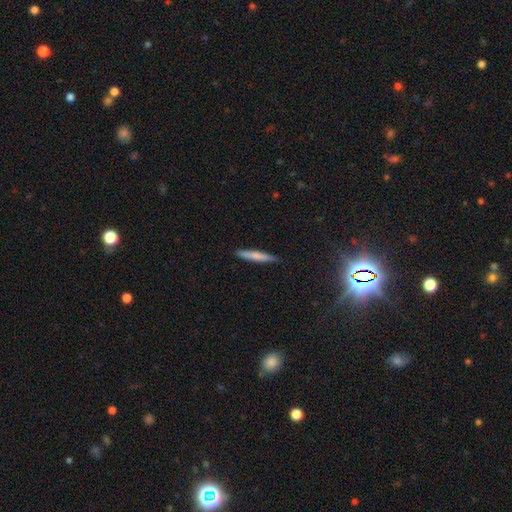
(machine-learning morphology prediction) Smooth or featured: smooth — 71% (featured or disk — 23%)
How rounded: cigar-shaped — 94% (in between — 5%)
Merging: none — 86% (minor disturbance — 11%)